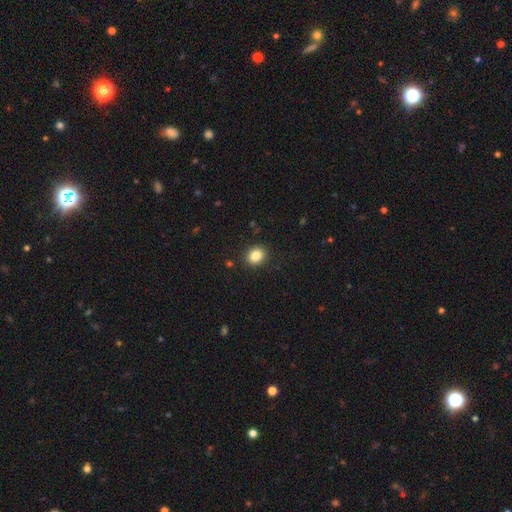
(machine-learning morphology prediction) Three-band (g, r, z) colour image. It shows a smooth galaxy with no disk features (84%) that is round (67%). Merging: none (90%).